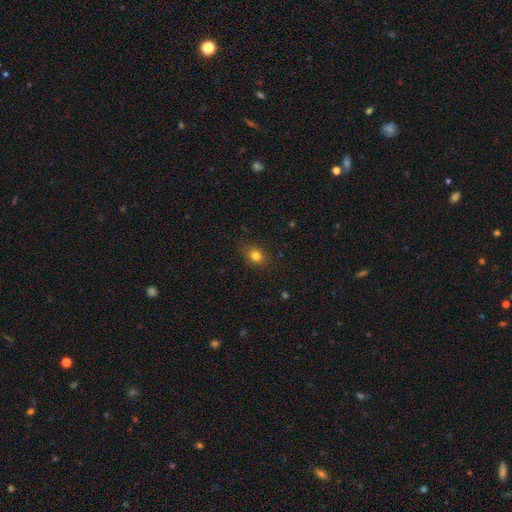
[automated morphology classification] smooth-or-featured: smooth: 80% | star or artifact: 13% | featured or disk: 7%
  how-rounded: in between: 49% (tied) | round: 49% (tied) | cigar-shaped: 1%
  merging: none: 84% | minor disturbance: 12% | major disturbance: 3% | merger: 1%